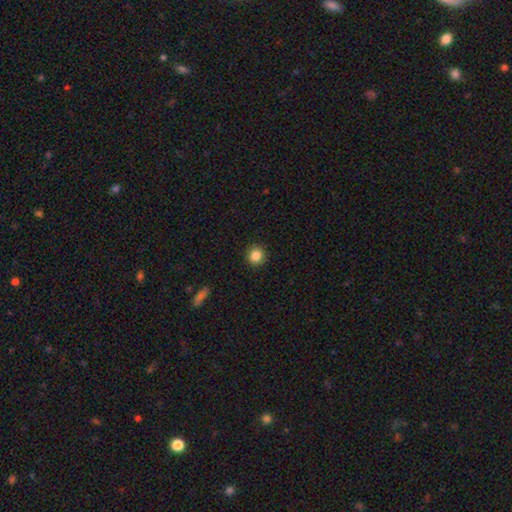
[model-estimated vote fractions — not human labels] smooth-or-featured: smooth: 85% | star or artifact: 11% | featured or disk: 4%
  how-rounded: round: 90% | in between: 9% | cigar-shaped: 1%
  merging: none: 91% | minor disturbance: 6% | major disturbance: 2% | merger: 1%